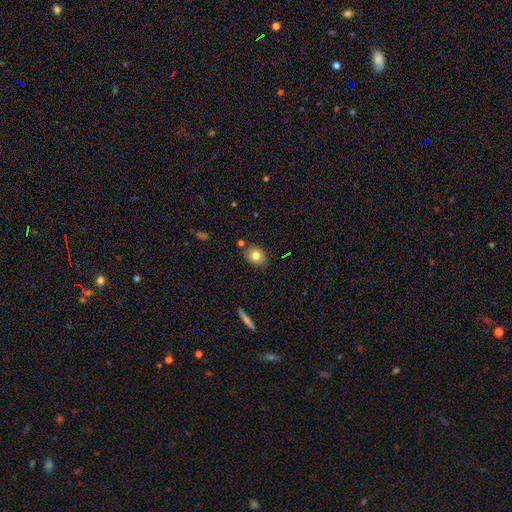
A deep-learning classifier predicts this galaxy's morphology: smooth_or_featured: smooth (p=0.79) [alt: featured or disk p=0.11]
how_rounded: round (p=0.54) [alt: in between p=0.44]
merging: none (p=0.82) [alt: minor disturbance p=0.11]